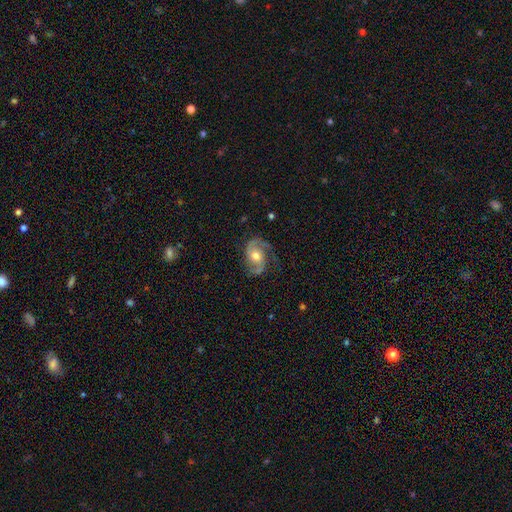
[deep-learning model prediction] The model was most divided on "bar": no: 62%, weak: 31%, strong: 7%. More confident: edge-on disk — no (98%); spiral arms — yes (97%); spiral arm count — 2 (90%); smooth or featured — featured or disk (88%); merging — none (72%); bulge size — moderate (71%); spiral winding — medium (56%).